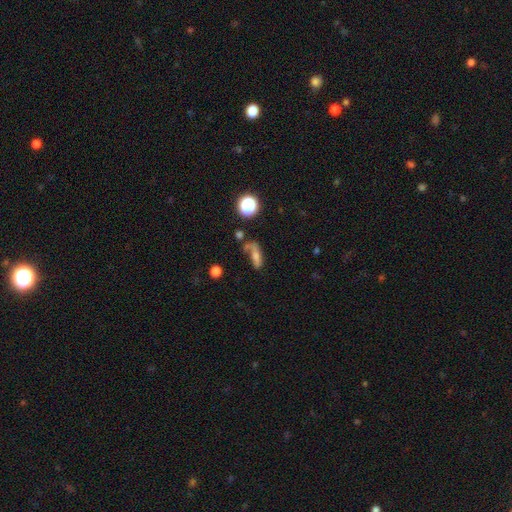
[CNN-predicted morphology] This is possibly a smooth galaxy (55%). How rounded: possibly in between (53%). Merging: marginally none (35%).